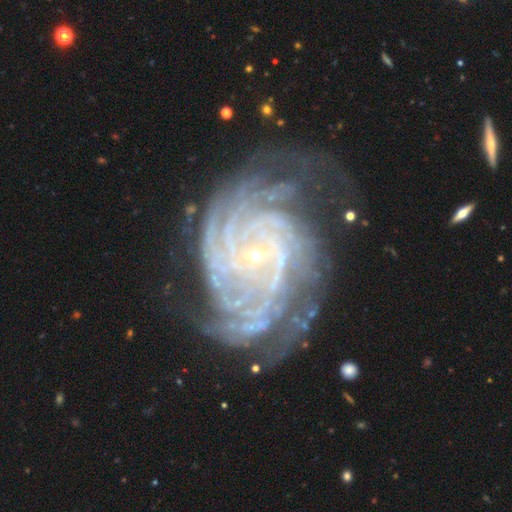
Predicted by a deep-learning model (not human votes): A featured or disk galaxy (91%) with no bar (63%), more than 4 (28%) tight (76%) spiral arms (98%) and a small central bulge (88%). Merging: none (67%).